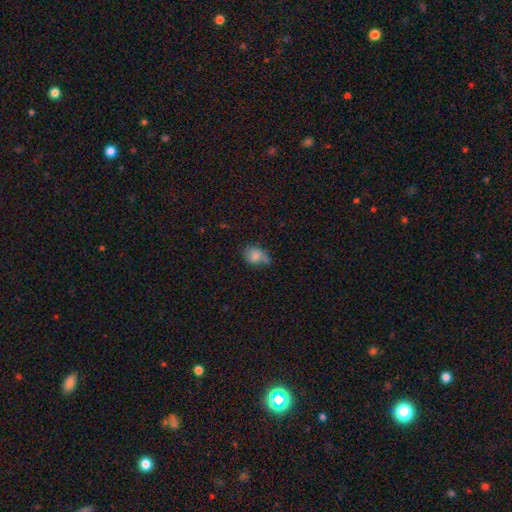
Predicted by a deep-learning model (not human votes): A smooth galaxy with no disk features (77%) that is in between round and cigar-shaped (59%). Merging: none (45%).